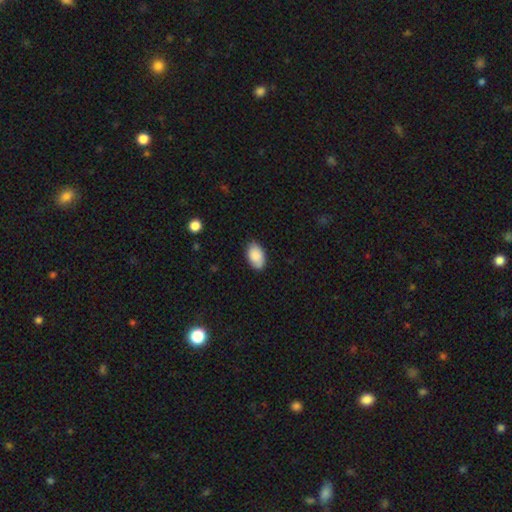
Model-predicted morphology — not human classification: smooth-or-featured: smooth: 87% | featured or disk: 7% | star or artifact: 6%
  how-rounded: in between: 93% | round: 5% | cigar-shaped: 1%
  merging: none: 84% | minor disturbance: 13% | major disturbance: 2% | merger: 1%